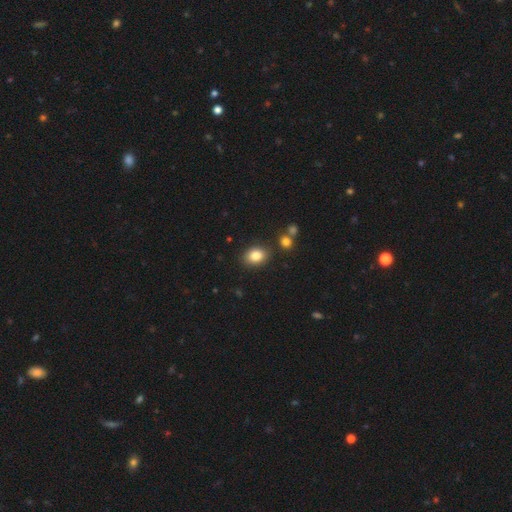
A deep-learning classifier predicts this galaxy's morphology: This is clearly a smooth galaxy (84%). How rounded: likely in between (66%). Merging: clearly none (83%).